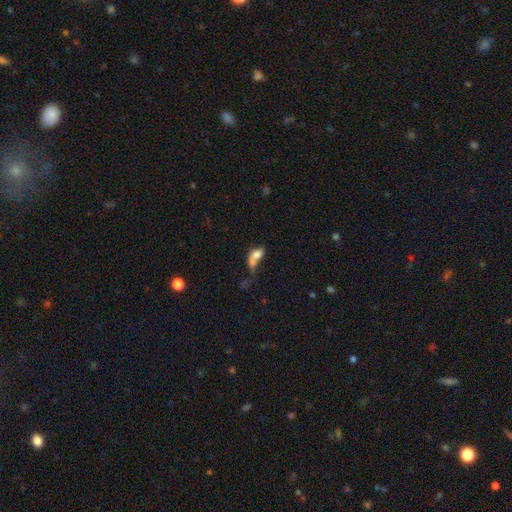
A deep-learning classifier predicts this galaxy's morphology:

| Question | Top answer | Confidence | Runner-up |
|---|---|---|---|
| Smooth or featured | smooth | 69% | featured or disk (20%) |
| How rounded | in between | 76% | round (17%) |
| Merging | merger | 41% | major disturbance (24%) |